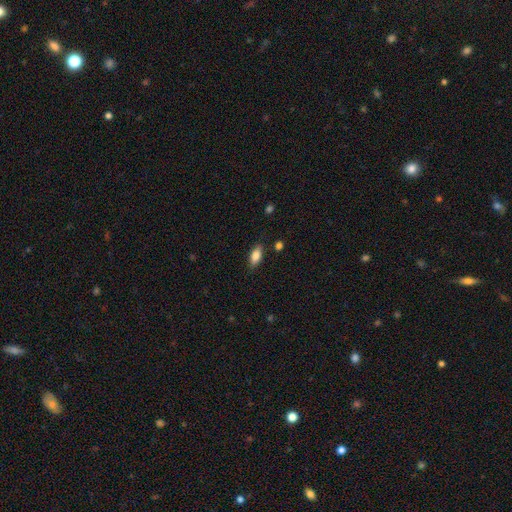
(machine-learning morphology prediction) type=smooth (83%); roundness=in between (85%); merging=none (85%).